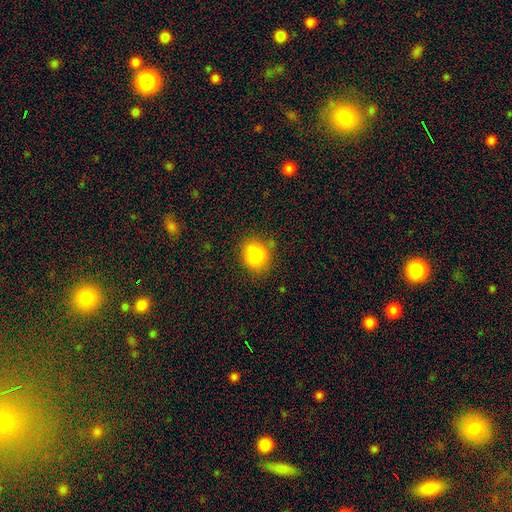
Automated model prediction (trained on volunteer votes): The model was most divided on "how rounded": round: 68%, in between: 31%, cigar-shaped: 1%. More confident: smooth or featured — smooth (83%); merging — none (70%).